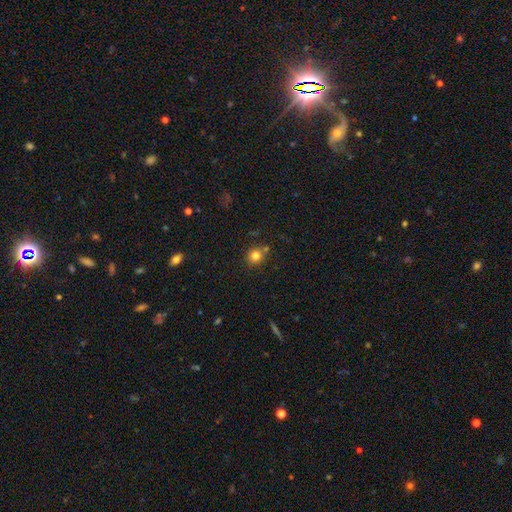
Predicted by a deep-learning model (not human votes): Smooth or featured? smooth (81%)
How rounded? round (84%)
Merging? none (73%)